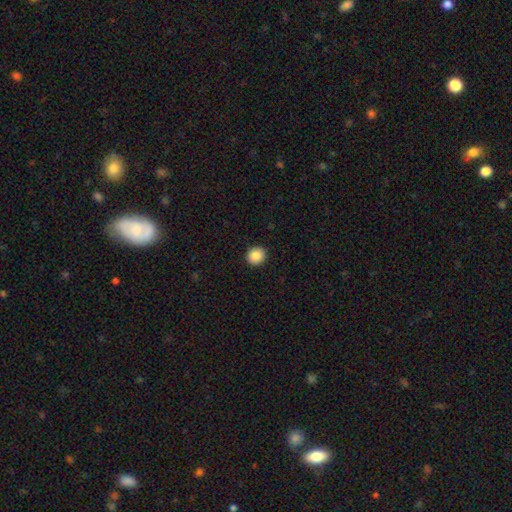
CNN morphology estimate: Overall: smooth (88%). How rounded: round (89%). Merging: none (92%).